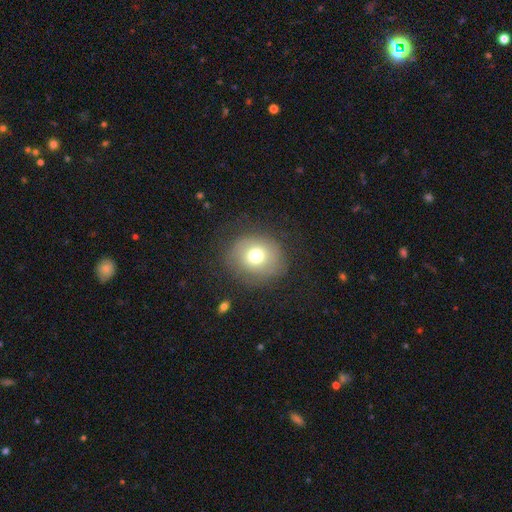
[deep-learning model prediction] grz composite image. It shows a smooth galaxy with no disk features (70%) that is round (77%). Merging: none (72%).